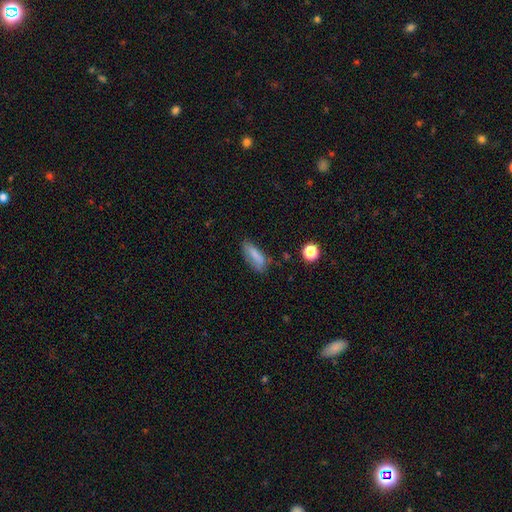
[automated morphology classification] Q: Smooth or featured?
A: smooth (76%); runner-up: featured or disk (14%)
Q: How rounded?
A: in between (58%); runner-up: cigar-shaped (39%)
Q: Merging?
A: none (60%); runner-up: minor disturbance (26%)